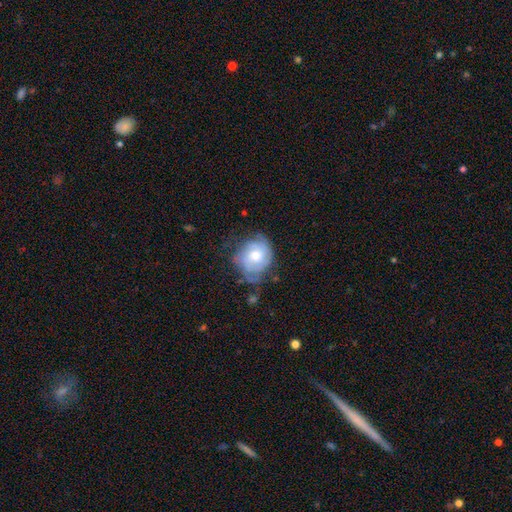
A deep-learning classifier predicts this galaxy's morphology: Smooth or featured? Predicted: featured or disk (p=0.62). Edge-on disk? Predicted: no (p=0.97). Bar? Predicted: no (p=0.75). Spiral arms? Predicted: yes (p=0.81). Bulge size? Predicted: moderate (p=0.67). Merging? Predicted: none (p=0.55).